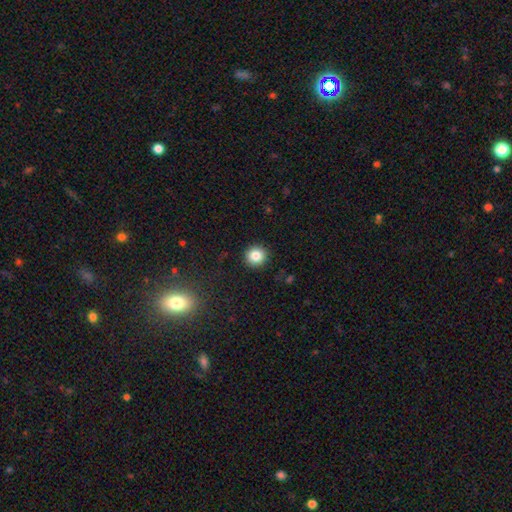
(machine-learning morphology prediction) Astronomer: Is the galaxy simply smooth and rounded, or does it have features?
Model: smooth — 84%.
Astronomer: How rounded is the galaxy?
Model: round — 93%.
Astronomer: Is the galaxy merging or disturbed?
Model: none — 92%.